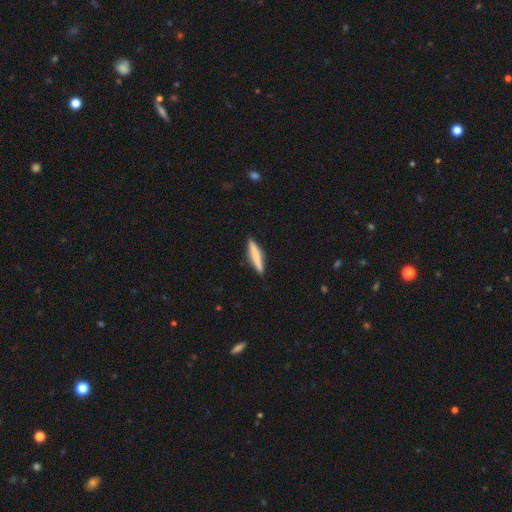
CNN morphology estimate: Smooth or featured? Predicted: smooth (p=0.71). How rounded? Predicted: cigar-shaped (p=0.89). Merging? Predicted: none (p=0.90).